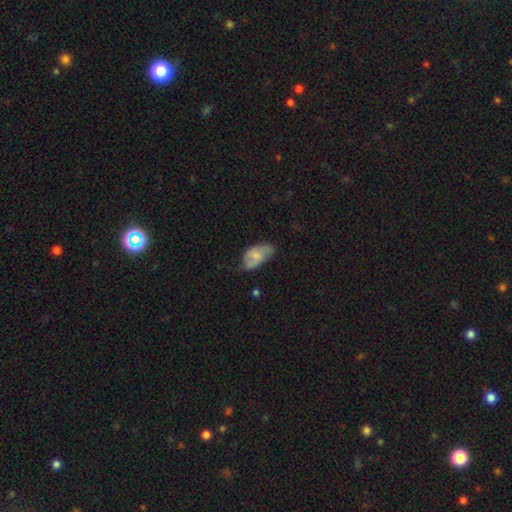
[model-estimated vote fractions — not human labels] Smooth or featured: smooth — 55% (featured or disk — 37%)
How rounded: in between — 92% (round — 6%)
Merging: none — 46% (minor disturbance — 38%)